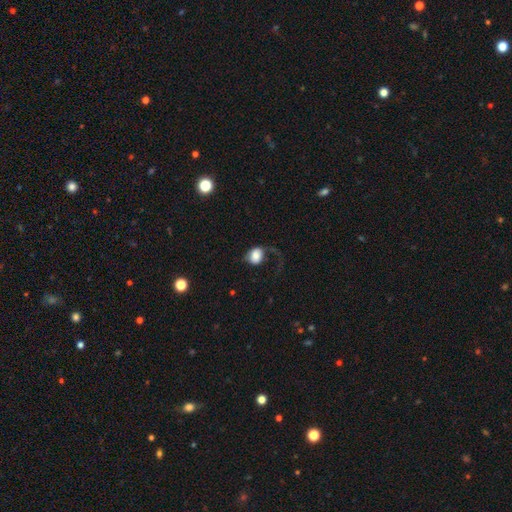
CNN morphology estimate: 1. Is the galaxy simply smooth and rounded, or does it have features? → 72% smooth, 19% featured or disk, 8% star or artifact.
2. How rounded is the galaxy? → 54% round, 45% in between, 1% cigar-shaped.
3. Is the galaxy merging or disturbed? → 41% major disturbance, 36% none, 20% minor disturbance, 3% merger.